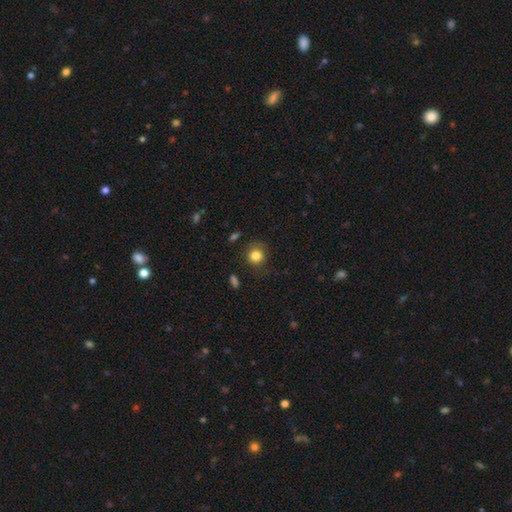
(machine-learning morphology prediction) A smooth galaxy with no disk features (82%) that is round (85%).

Vote fractions:
- Smooth or featured? smooth: 82% / star or artifact: 10% / featured or disk: 8%
- How rounded? round: 85% / in between: 14% / cigar-shaped: 1%
- Merging? none: 75% / minor disturbance: 17% / major disturbance: 6% / merger: 2%